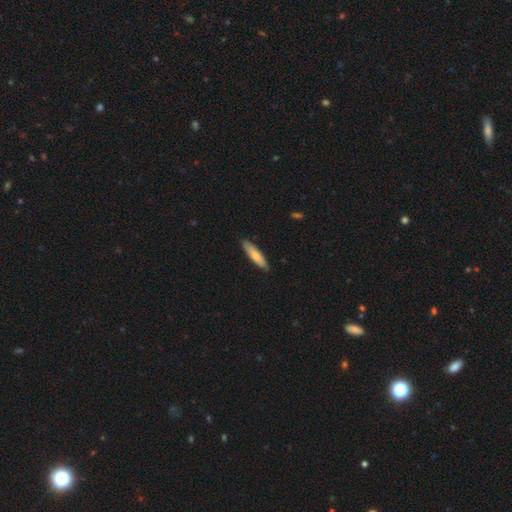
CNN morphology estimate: Q: Smooth or featured?
A: smooth (70%); runner-up: featured or disk (25%)
Q: How rounded?
A: cigar-shaped (72%); runner-up: in between (26%)
Q: Merging?
A: none (87%); runner-up: minor disturbance (10%)